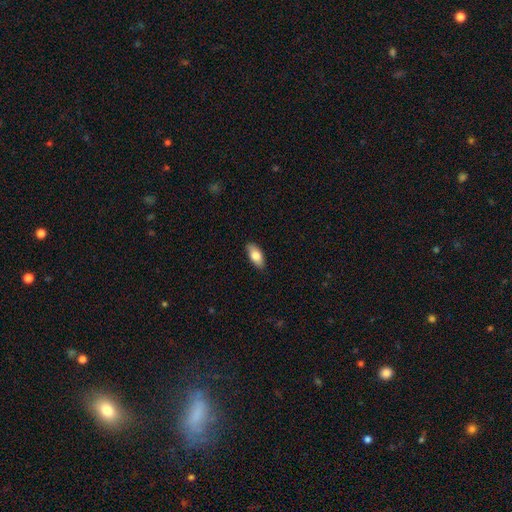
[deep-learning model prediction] Smooth or featured?
  - smooth: 80% *
  - featured or disk: 14%
  - star or artifact: 6%
How rounded?
  - in between: 87% *
  - cigar-shaped: 10%
  - round: 3%
Merging?
  - none: 87% *
  - minor disturbance: 10%
  - major disturbance: 2%
  - merger: 1%